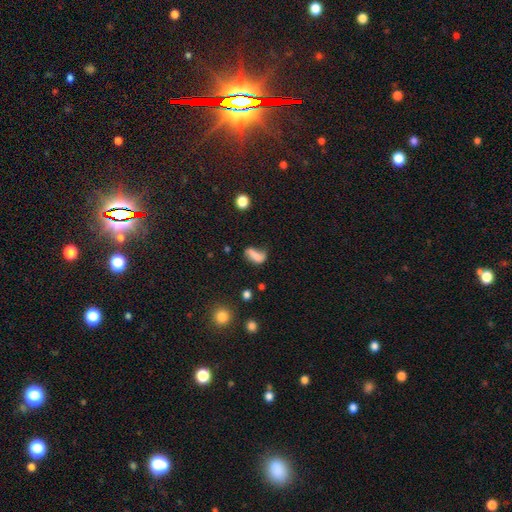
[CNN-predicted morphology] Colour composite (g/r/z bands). It shows a smooth galaxy with no disk features (67%) that is in between round and cigar-shaped (80%). Merging: none (34%).